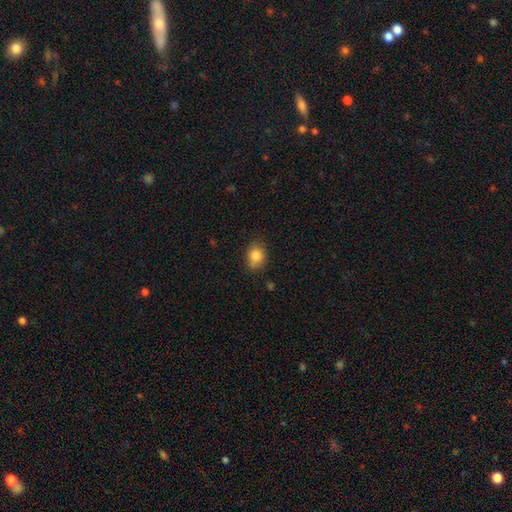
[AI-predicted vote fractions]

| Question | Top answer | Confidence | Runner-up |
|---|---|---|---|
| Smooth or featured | smooth | 83% | star or artifact (9%) |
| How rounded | in between | 56% | round (43%) |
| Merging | none | 72% | minor disturbance (22%) |